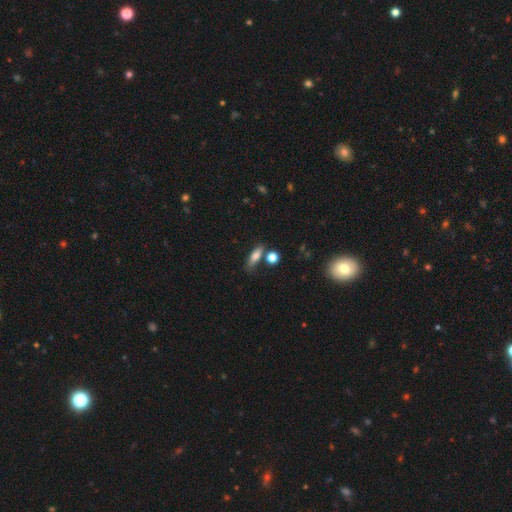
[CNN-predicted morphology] This appears to be a smooth galaxy with no disk features (72%) that is cigar-shaped (47%, tied with in between). Merging: none (65%).